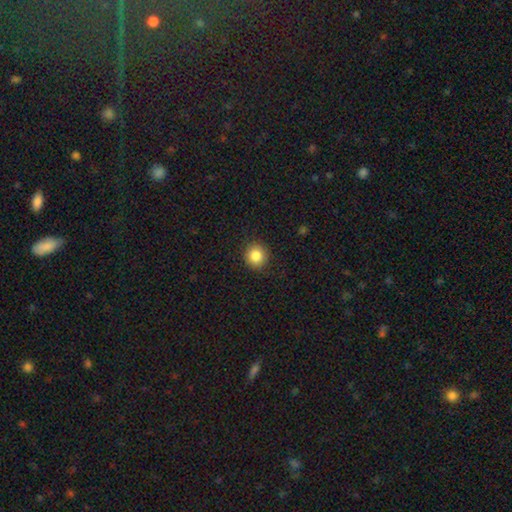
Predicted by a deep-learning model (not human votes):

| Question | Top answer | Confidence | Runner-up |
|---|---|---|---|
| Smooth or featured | smooth | 85% | star or artifact (10%) |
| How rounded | round | 92% | in between (8%) |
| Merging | none | 90% | minor disturbance (7%) |